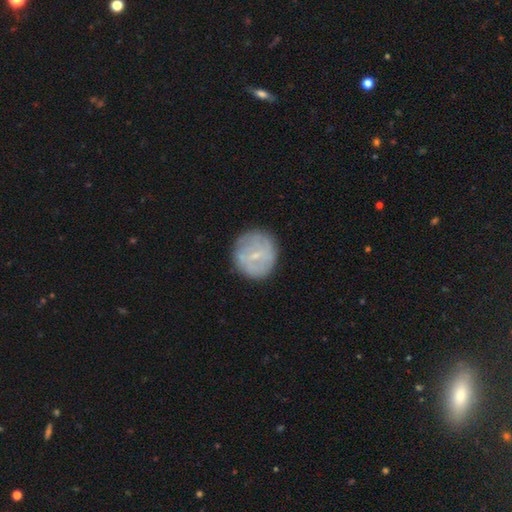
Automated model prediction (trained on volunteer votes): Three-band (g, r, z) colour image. It shows a featured or disk galaxy (50%). Merging: none (80%).